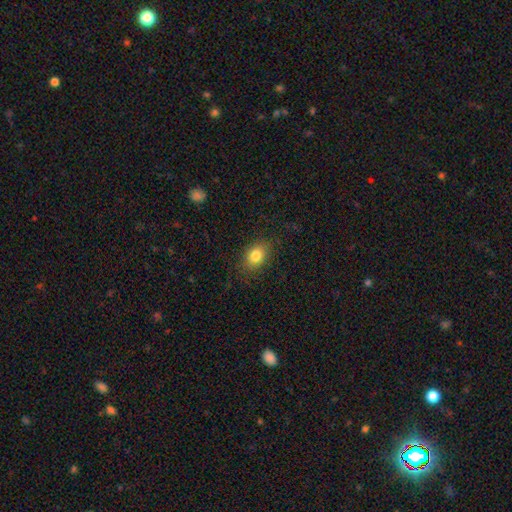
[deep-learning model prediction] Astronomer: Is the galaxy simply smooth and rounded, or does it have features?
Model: smooth — 82%.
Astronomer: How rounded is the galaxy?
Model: in between — 71%.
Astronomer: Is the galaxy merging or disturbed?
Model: none — 84%.